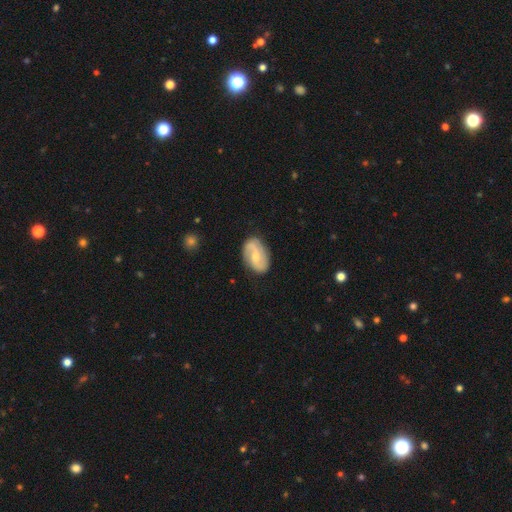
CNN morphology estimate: Overall: featured or disk (75%). Edge-on disk: no (97%). Bar: weak (48%; no 41%). Spiral arms: yes (94%). Spiral arm count: 2 (88%). Spiral winding: medium (45%; loose 32%). Bulge size: moderate (50%; small 44%). Merging: none (81%).